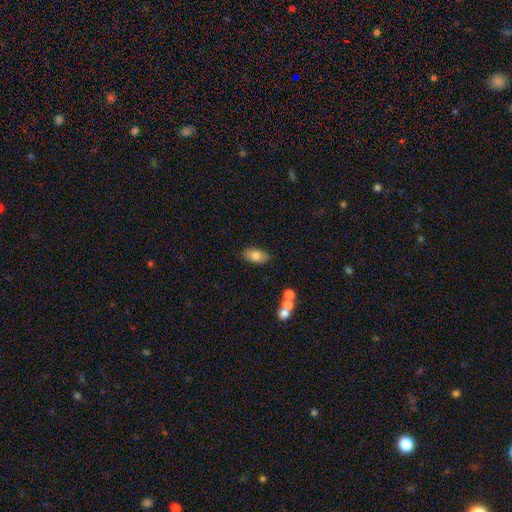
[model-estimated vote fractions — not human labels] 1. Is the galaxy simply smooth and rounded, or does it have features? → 77% smooth, 16% featured or disk, 8% star or artifact.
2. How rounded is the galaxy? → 93% in between, 5% round, 2% cigar-shaped.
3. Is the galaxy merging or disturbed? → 83% none, 11% minor disturbance, 3% merger, 2% major disturbance.